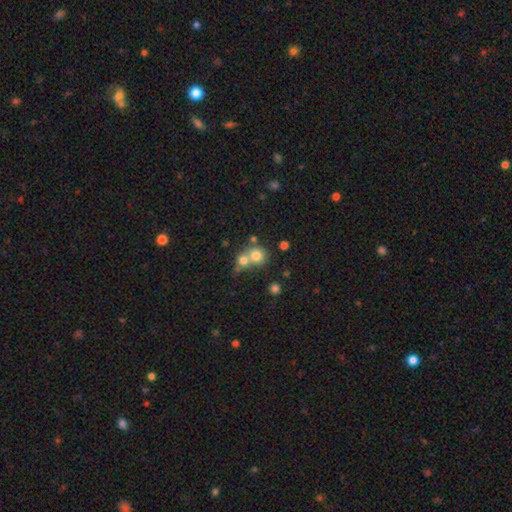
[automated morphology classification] Smooth or featured? Predicted: smooth (p=0.76). How rounded? Predicted: round (p=0.84). Merging? Predicted: merger (p=0.52).